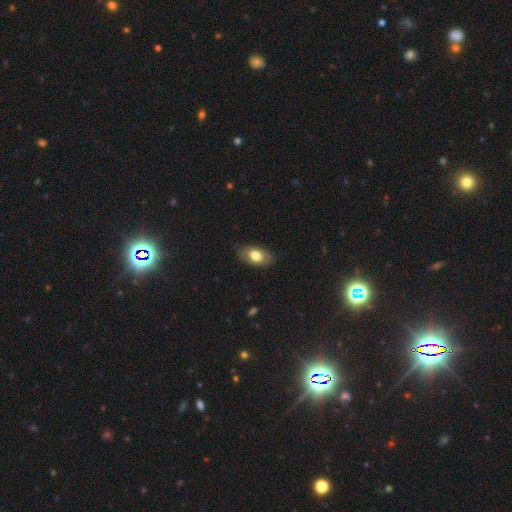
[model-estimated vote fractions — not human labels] Q: Smooth or featured?
A: smooth (75%); runner-up: featured or disk (18%)
Q: How rounded?
A: in between (92%); runner-up: round (6%)
Q: Merging?
A: none (83%); runner-up: minor disturbance (13%)